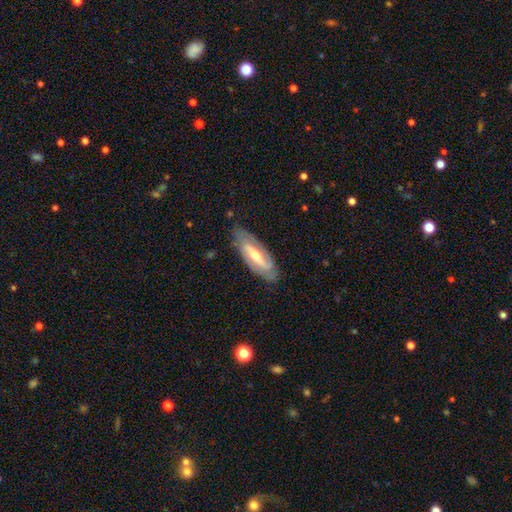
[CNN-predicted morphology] This is likely a featured or disk galaxy (75%). It is clearly not viewed edge-on (83%). Bar: marginally strong (42%). Spiral arm pattern: clearly yes (84%). Spiral arm count: likely 2 (78%). Spiral winding: marginally medium (39%). Central bulge: likely moderate (61%). Merging: likely none (79%).